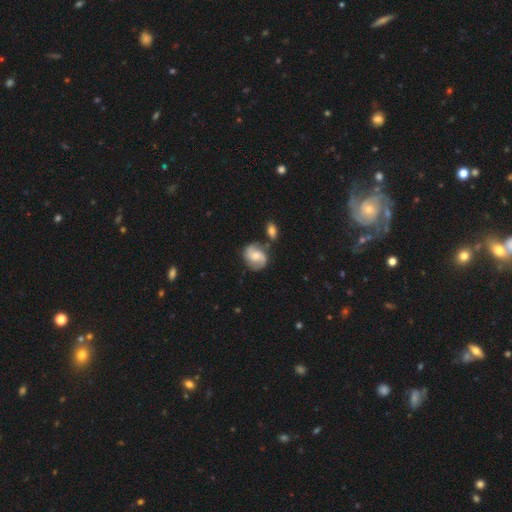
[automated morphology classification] smooth-or-featured: featured or disk: 73% | smooth: 21% | star or artifact: 6%
  disk-edge-on: no: 98% | yes: 2%
    bar: no: 53% | weak: 39% | strong: 8%
    has-spiral-arms: yes: 94% | no: 6%
      spiral-winding: medium: 49% | loose: 30% | tight: 21%
      spiral-arm-count: 2: 89% | can't tell: 5% | 1: 2% | 3: 2% | 4: 1% | more than 4: 1%
    bulge-size: moderate: 58% | small: 31% | large: 6% | none: 4% | dominant: 1%
  merging: none: 67% | minor disturbance: 15% | merger: 13% | major disturbance: 5%